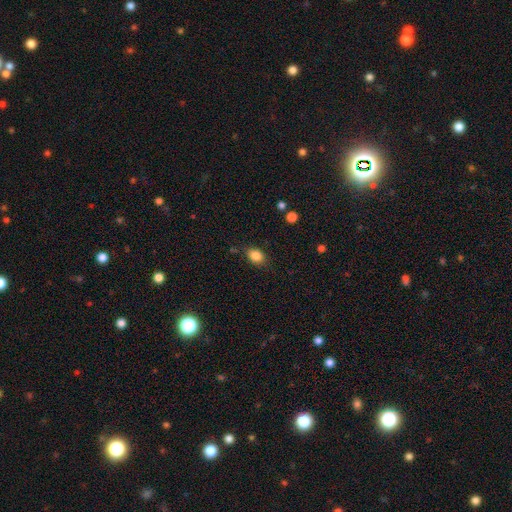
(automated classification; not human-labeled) Q: Smooth or featured?
A: smooth (85%); runner-up: star or artifact (9%)
Q: How rounded?
A: in between (73%); runner-up: round (26%)
Q: Merging?
A: none (80%); runner-up: minor disturbance (14%)